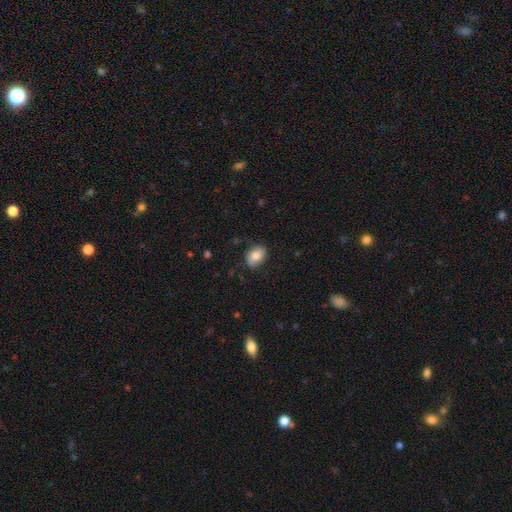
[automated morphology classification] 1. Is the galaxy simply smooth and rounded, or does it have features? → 75% smooth, 17% featured or disk, 8% star or artifact.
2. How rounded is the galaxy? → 74% in between, 24% round, 1% cigar-shaped.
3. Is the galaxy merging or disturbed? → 78% none, 17% minor disturbance, 4% major disturbance, 1% merger.